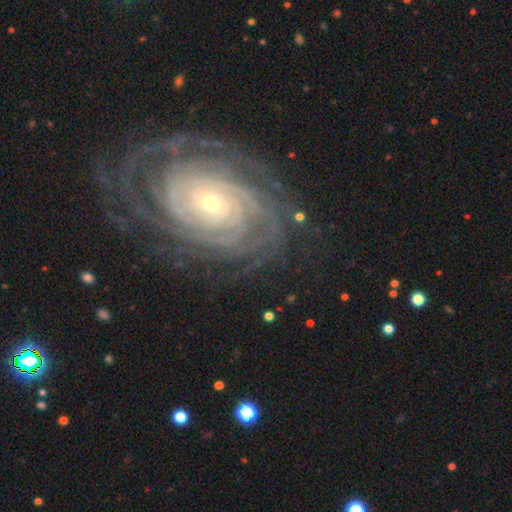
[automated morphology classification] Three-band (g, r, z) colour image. It shows a featured or disk galaxy (87%) with no bar (72%), tight (84%) spiral arms (97%) and a small central bulge (70%). Merging: none (76%).